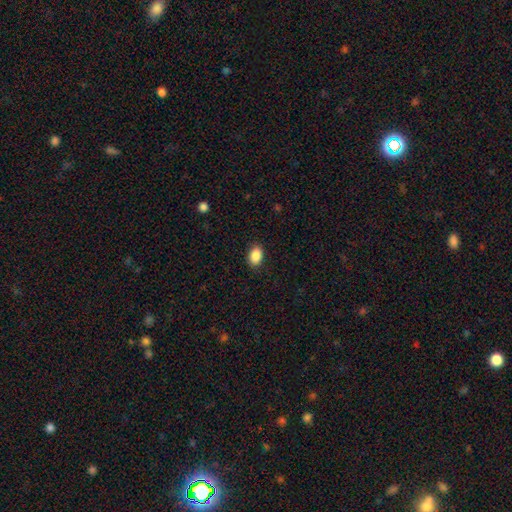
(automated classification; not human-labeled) Overall: smooth (89%). How rounded: in between (85%). Merging: none (89%).